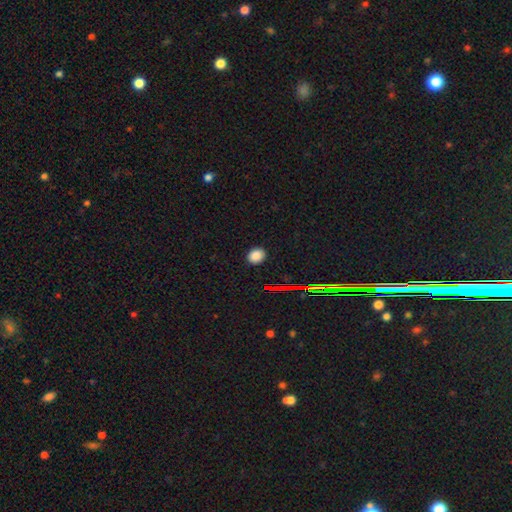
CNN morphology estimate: smooth 85%, star or artifact 12%, featured or disk 4%. Down the decision tree: how rounded — round (56%); merging — none (90%).